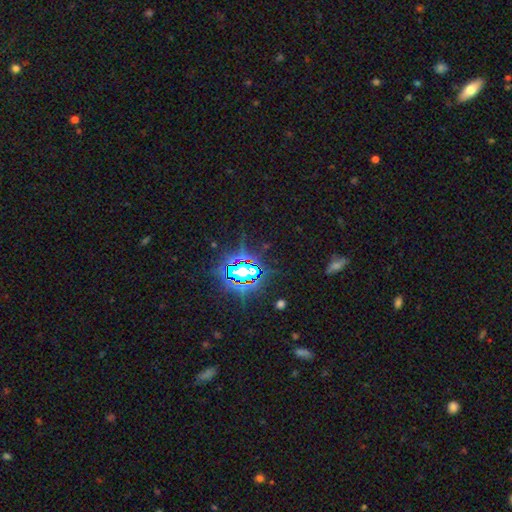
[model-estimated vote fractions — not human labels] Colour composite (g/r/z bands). It shows a star or artifact, not a galaxy (80%).